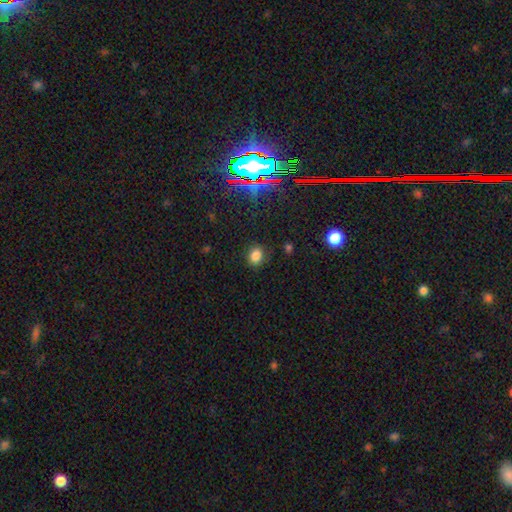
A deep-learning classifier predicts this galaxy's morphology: Smooth or featured? Predicted: smooth (p=0.80). How rounded? Predicted: round (p=0.54). Merging? Predicted: none (p=0.84).